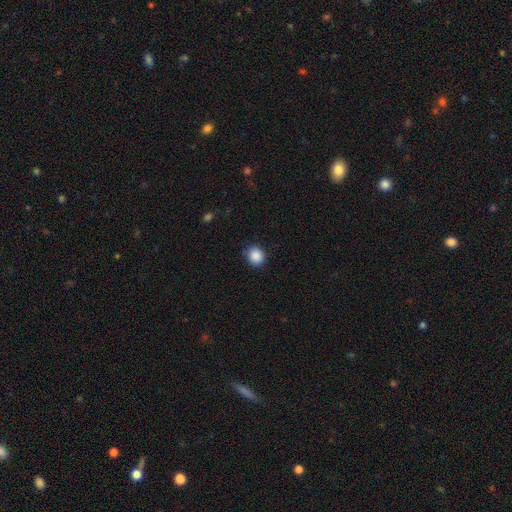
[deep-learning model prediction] Smooth or featured: smooth — 88% (star or artifact — 9%)
How rounded: round — 84% (in between — 15%)
Merging: none — 87% (minor disturbance — 10%)